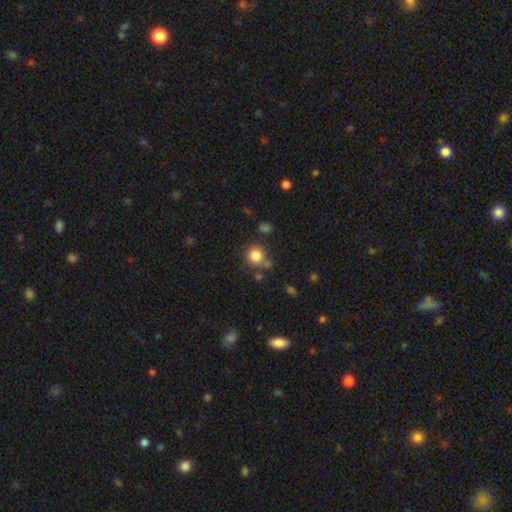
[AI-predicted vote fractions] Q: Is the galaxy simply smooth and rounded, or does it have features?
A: smooth — 83%.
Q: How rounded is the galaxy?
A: round — 91%.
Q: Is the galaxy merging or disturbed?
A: none — 72%.